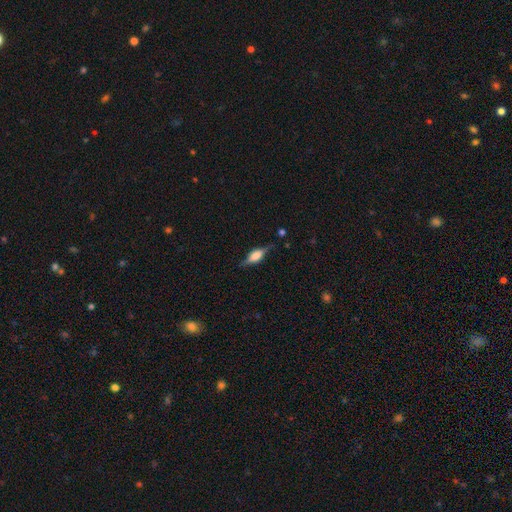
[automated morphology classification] A featured or disk galaxy (65%) viewed edge-on (94%) with a rounded central bulge (71%). Merging: none (76%).